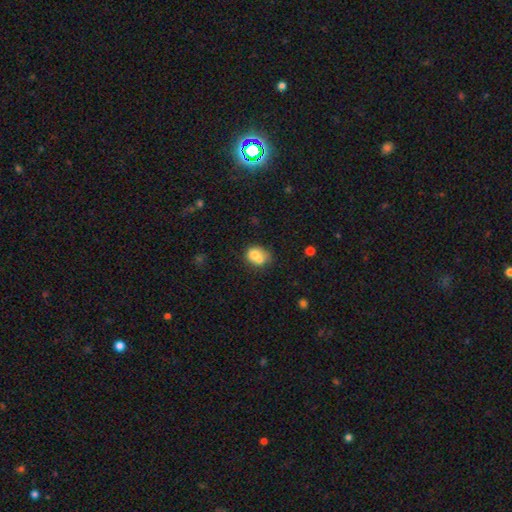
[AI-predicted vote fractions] smooth_or_featured: smooth (p=0.67) [alt: featured or disk p=0.23]
how_rounded: round (p=0.56) [alt: in between p=0.44]
merging: merger (p=0.59) [alt: none p=0.27]